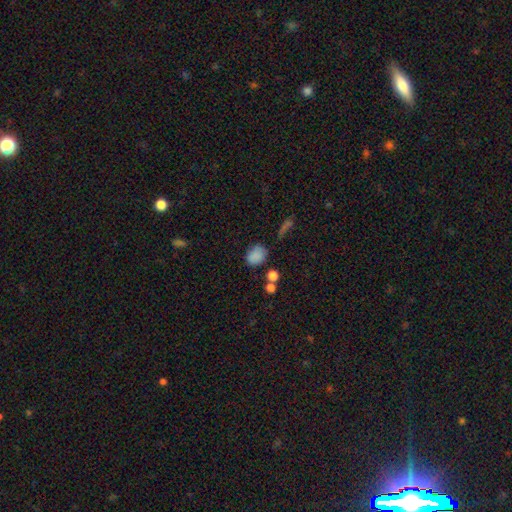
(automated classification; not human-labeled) Smooth or featured? smooth (81%)
How rounded? in between (51%)
Merging? none (65%)